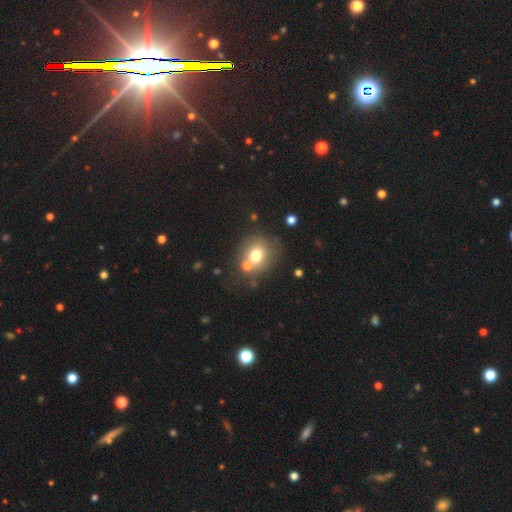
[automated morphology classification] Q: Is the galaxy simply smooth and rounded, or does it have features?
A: smooth — 71%.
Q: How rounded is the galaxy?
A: round — 73%.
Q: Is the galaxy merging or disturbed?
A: none — 58%.